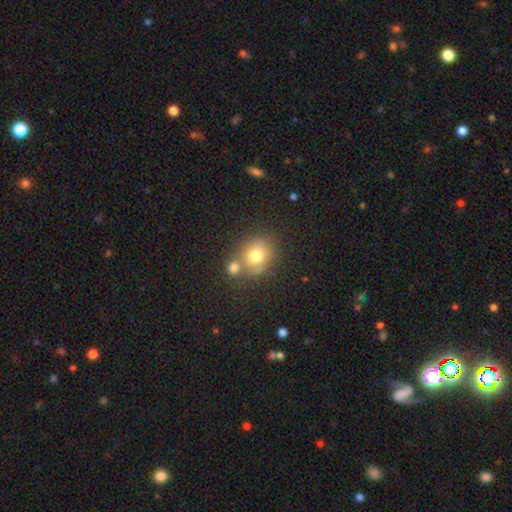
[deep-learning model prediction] smooth_or_featured: smooth (p=0.74) [alt: featured or disk p=0.14]
how_rounded: round (p=0.69) [alt: in between p=0.30]
merging: none (p=0.53) [alt: merger p=0.31]